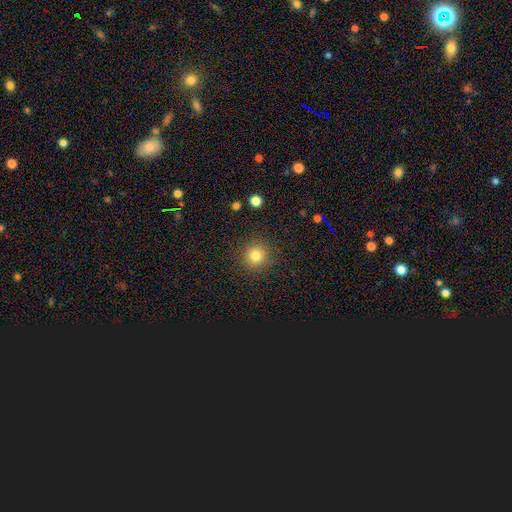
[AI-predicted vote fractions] Smooth or featured: smooth — 81% (star or artifact — 13%)
How rounded: round — 94% (in between — 5%)
Merging: none — 90% (minor disturbance — 6%)